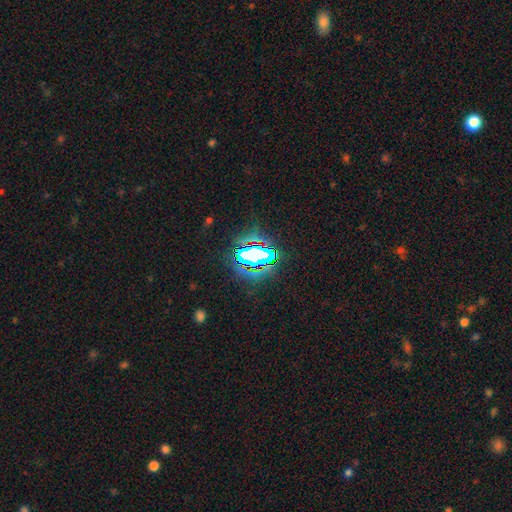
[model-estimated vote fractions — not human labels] smooth_or_featured: star or artifact (p=0.67) [alt: smooth p=0.19]